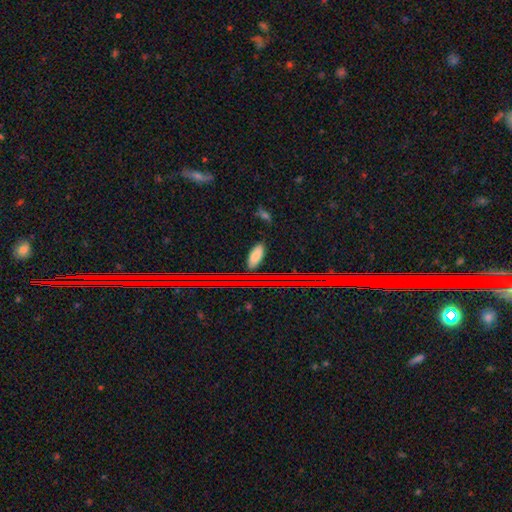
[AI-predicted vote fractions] Overall: smooth (75%). How rounded: in between (84%). Merging: none (82%).